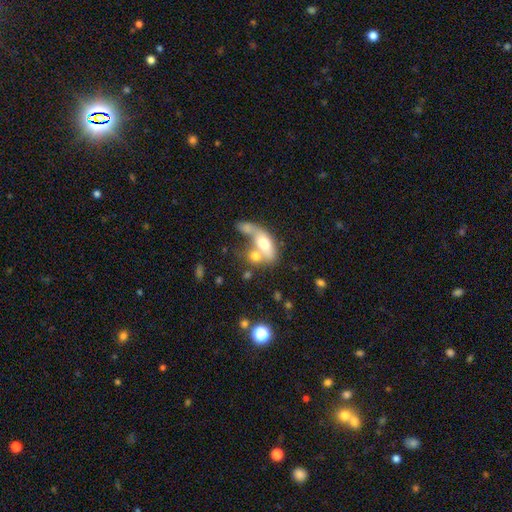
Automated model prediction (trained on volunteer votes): smooth-or-featured: smooth: 63% | featured or disk: 28% | star or artifact: 9%
  how-rounded: in between: 74% | round: 16% | cigar-shaped: 10%
  merging: merger: 63% | none: 19% | major disturbance: 9% | minor disturbance: 8%